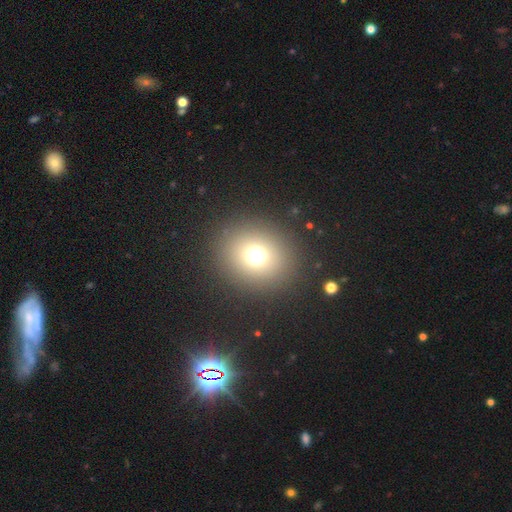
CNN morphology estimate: Smooth or featured?
  - smooth: 68% *
  - star or artifact: 22%
  - featured or disk: 10%
How rounded?
  - round: 82% *
  - in between: 17%
  - cigar-shaped: 1%
Merging?
  - none: 87% *
  - minor disturbance: 6%
  - major disturbance: 4%
  - merger: 2%